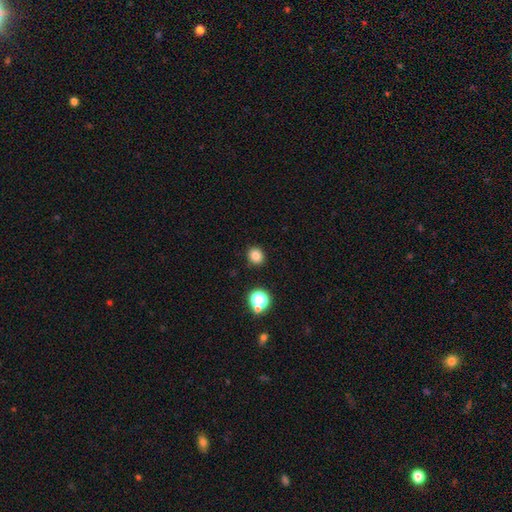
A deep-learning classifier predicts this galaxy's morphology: The model was most divided on "how rounded": round: 81%, in between: 18%, cigar-shaped: 1%. More confident: merging — none (90%); smooth or featured — smooth (81%).